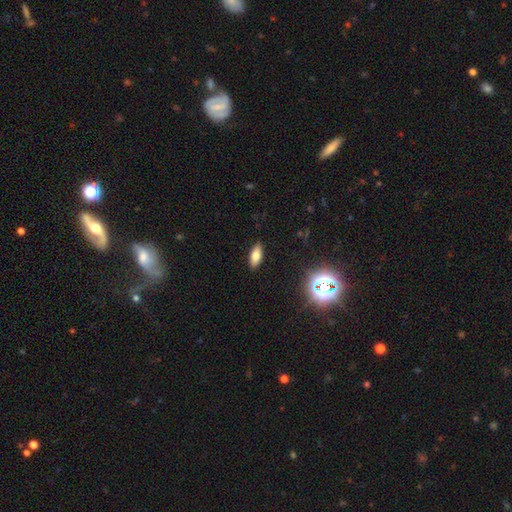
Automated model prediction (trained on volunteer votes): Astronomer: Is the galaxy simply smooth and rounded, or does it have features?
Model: smooth — 73%.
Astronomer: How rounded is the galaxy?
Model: in between — 79%.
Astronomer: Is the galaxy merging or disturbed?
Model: none — 89%.